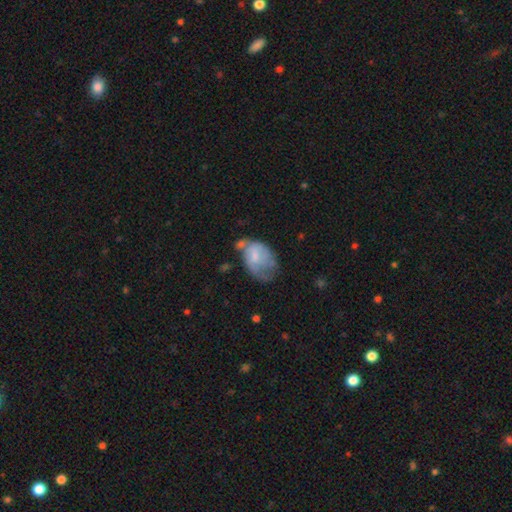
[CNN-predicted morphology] The model was most divided on "merging": major disturbance: 32%, minor disturbance: 31%, none: 23%, merger: 15%. More confident: how rounded — in between (81%); smooth or featured — smooth (58%).